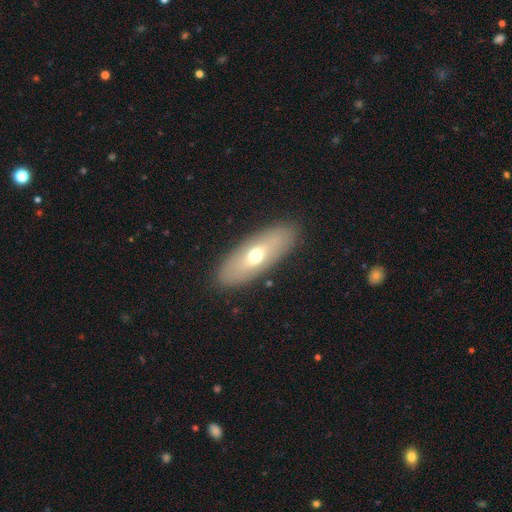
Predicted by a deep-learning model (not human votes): This appears to be a smooth galaxy with no disk features (56%) that is in between round and cigar-shaped (74%). Merging: none (87%).